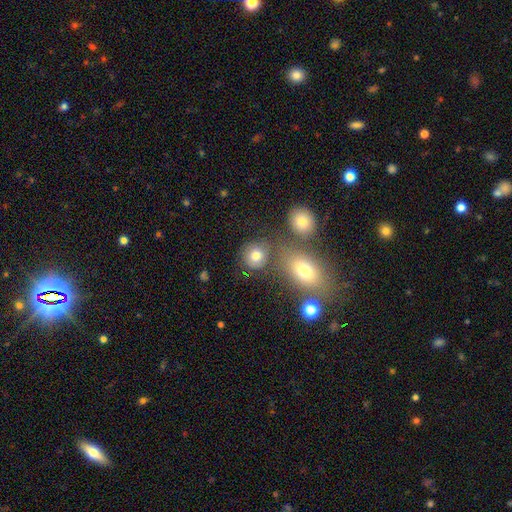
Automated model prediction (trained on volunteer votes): smooth_or_featured: smooth (p=0.77) [alt: star or artifact p=0.13]
how_rounded: round (p=0.81) [alt: in between p=0.18]
merging: none (p=0.73) [alt: merger p=0.12]